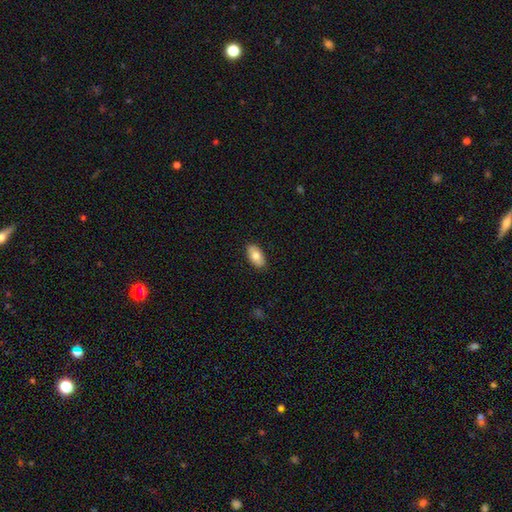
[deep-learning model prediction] smooth-or-featured: smooth: 74% | featured or disk: 19% | star or artifact: 6%
  how-rounded: in between: 94% | round: 4% | cigar-shaped: 3%
  merging: none: 87% | minor disturbance: 10% | major disturbance: 2% | merger: 1%